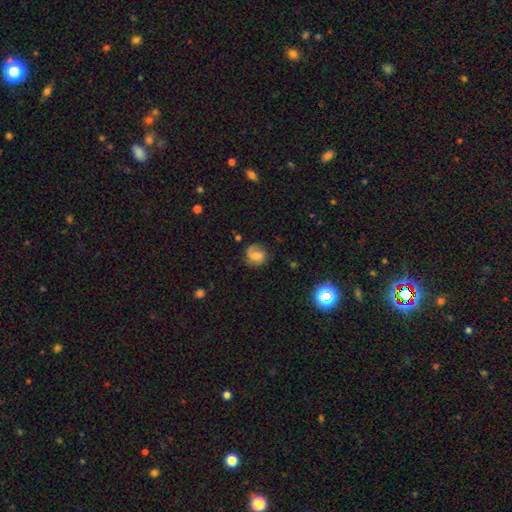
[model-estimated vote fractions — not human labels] smooth_or_featured: smooth (p=0.47) [alt: featured or disk p=0.43]
merging: none (p=0.66) [alt: minor disturbance p=0.21]